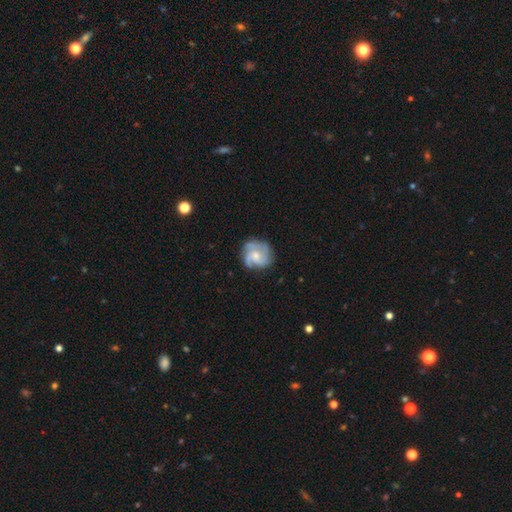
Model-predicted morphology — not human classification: Overall: featured or disk (82%). Edge-on disk: no (98%). Bar: no (65%; weak 31%). Spiral arms: yes (97%). Spiral arm count: 3 (61%). Spiral winding: tight (48%; medium 43%). Bulge size: moderate (49%; small 42%). Merging: none (76%).